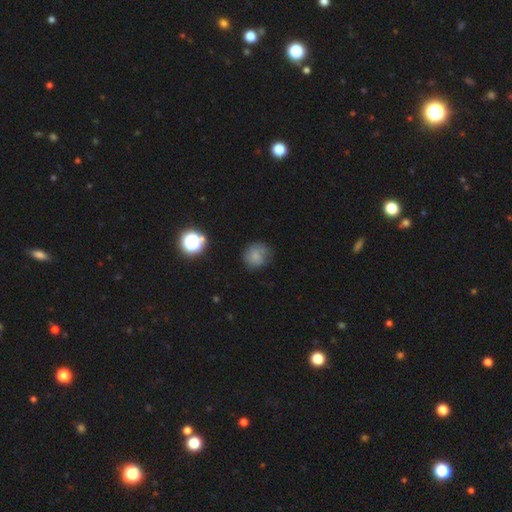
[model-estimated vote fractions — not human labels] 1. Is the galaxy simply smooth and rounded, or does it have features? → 70% smooth, 15% featured or disk, 14% star or artifact.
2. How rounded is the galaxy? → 82% round, 17% in between, 1% cigar-shaped.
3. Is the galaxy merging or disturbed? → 63% none, 25% minor disturbance, 10% major disturbance, 2% merger.